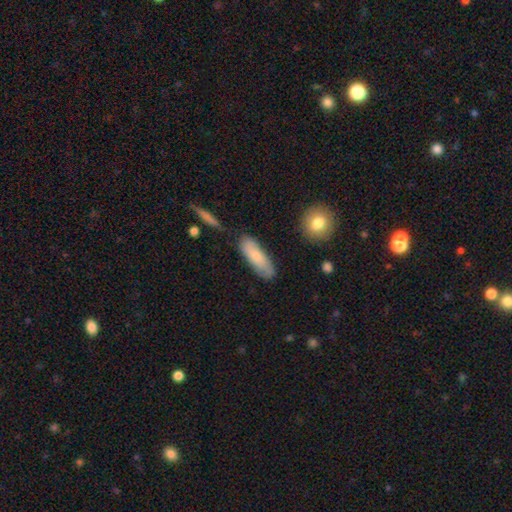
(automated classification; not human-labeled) Overall: smooth (74%). How rounded: in between (57%; cigar-shaped 41%). Merging: none (74%).